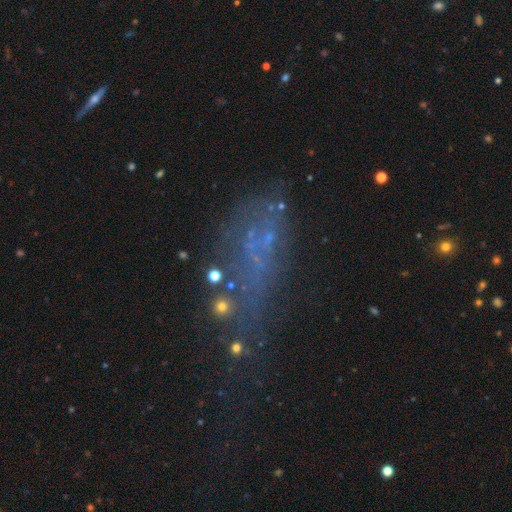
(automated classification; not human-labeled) Smooth or featured? Predicted: star or artifact (p=0.37).